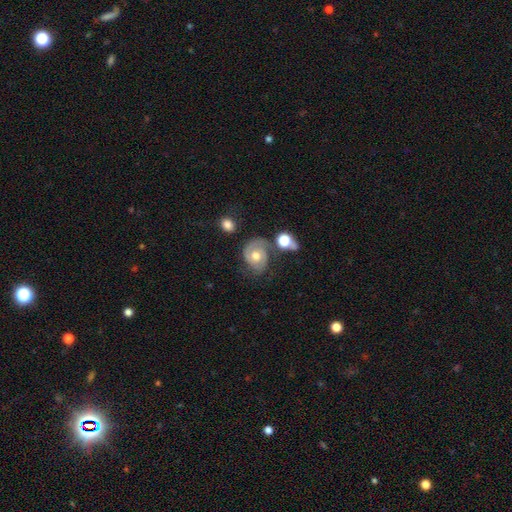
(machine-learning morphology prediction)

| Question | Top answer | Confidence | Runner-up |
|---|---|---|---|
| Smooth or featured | featured or disk | 75% | smooth (18%) |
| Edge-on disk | no | 97% | yes (3%) |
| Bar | no | 76% | weak (20%) |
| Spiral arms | yes | 89% | no (11%) |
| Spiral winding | tight | 51% | medium (37%) |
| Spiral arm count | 2 | 75% | can't tell (10%) |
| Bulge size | moderate | 76% | small (12%) |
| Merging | none | 54% | minor disturbance (23%) |